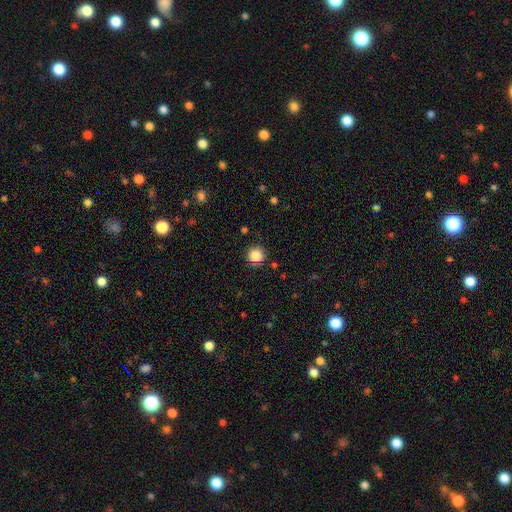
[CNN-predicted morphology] A smooth galaxy with no disk features (85%) that is round (95%). Merging: none (87%).